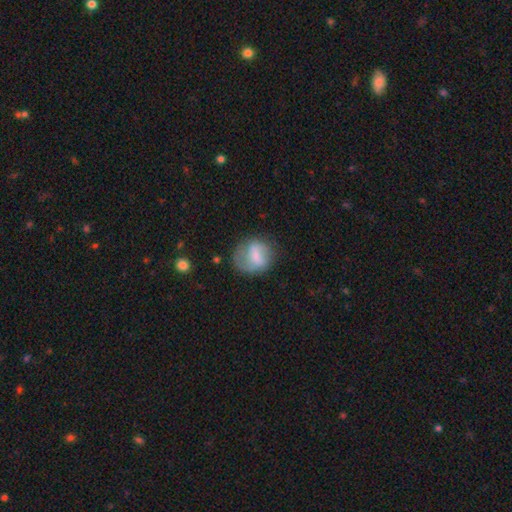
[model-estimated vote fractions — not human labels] The model was most divided on "smooth or featured": smooth: 59%, featured or disk: 33%, star or artifact: 8%. More confident: how rounded — round (69%); merging — none (53%).